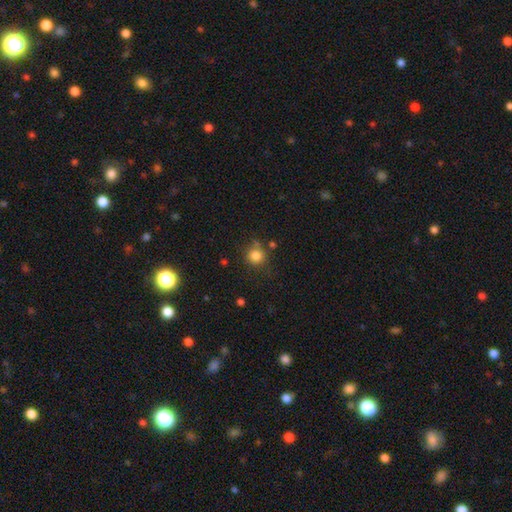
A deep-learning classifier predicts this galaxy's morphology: smooth_or_featured: smooth (p=0.82) [alt: star or artifact p=0.12]
how_rounded: round (p=0.91) [alt: in between p=0.08]
merging: none (p=0.73) [alt: minor disturbance p=0.14]